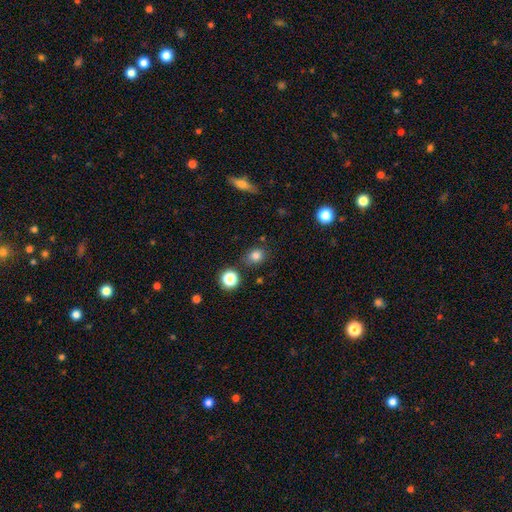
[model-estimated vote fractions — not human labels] This is clearly a smooth galaxy (81%). How rounded: likely round (62%). Merging: likely none (79%).